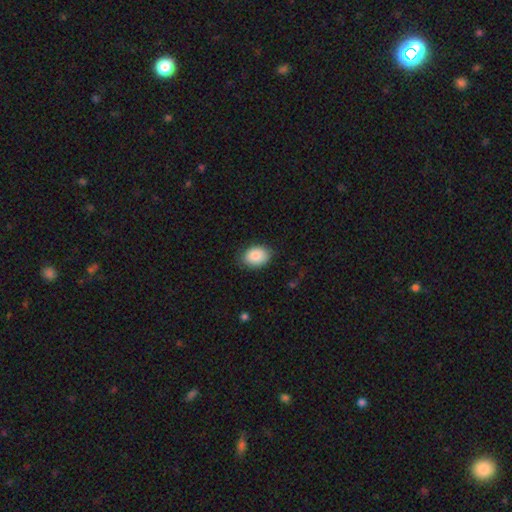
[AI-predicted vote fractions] This is clearly a smooth galaxy (88%). How rounded: likely in between (77%). Merging: clearly none (81%).